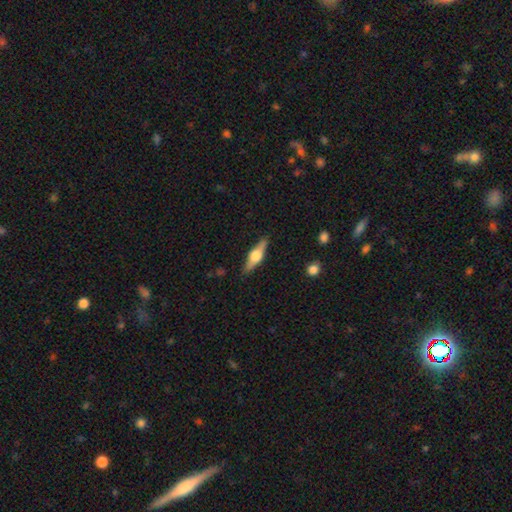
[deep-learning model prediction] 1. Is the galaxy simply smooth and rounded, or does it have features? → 61% featured or disk, 33% smooth, 6% star or artifact.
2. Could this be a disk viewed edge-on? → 95% yes, 5% no.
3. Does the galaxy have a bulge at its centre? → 93% rounded, 6% boxy, 2% none.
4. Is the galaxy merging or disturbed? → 87% none, 10% minor disturbance, 2% major disturbance, 1% merger.